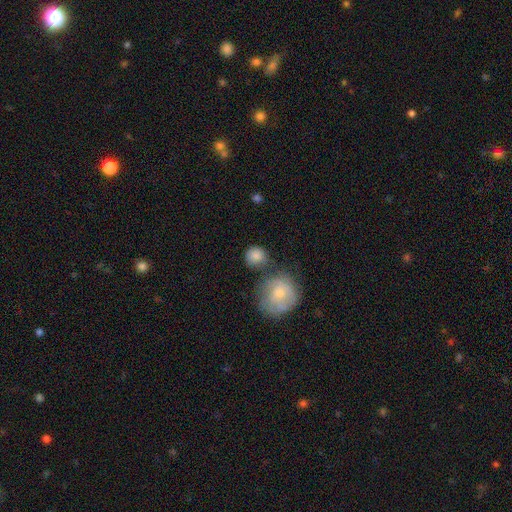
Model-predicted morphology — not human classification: Smooth or featured: smooth — 81% (featured or disk — 11%)
How rounded: round — 87% (in between — 12%)
Merging: none — 63% (merger — 16%)